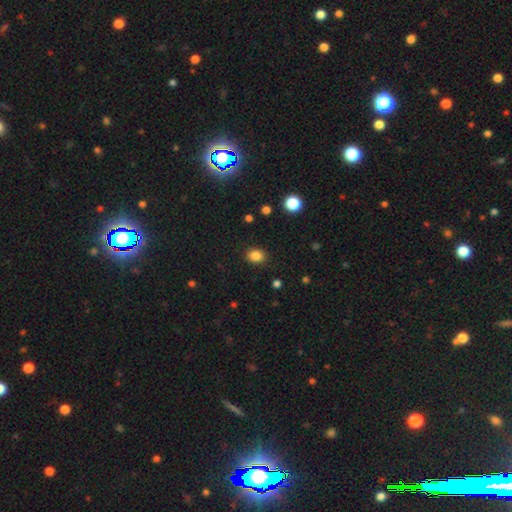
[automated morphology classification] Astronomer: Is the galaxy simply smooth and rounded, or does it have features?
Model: smooth — 85%.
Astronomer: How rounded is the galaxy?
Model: round — 50% (runner-up: in between, 49%).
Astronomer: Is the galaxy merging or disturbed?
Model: none — 89%.